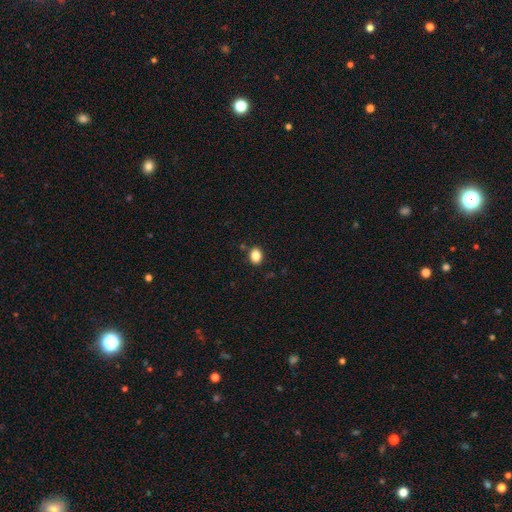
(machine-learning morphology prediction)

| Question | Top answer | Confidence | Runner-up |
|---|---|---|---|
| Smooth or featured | smooth | 86% | star or artifact (10%) |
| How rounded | in between | 66% | round (33%) |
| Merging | none | 87% | minor disturbance (9%) |